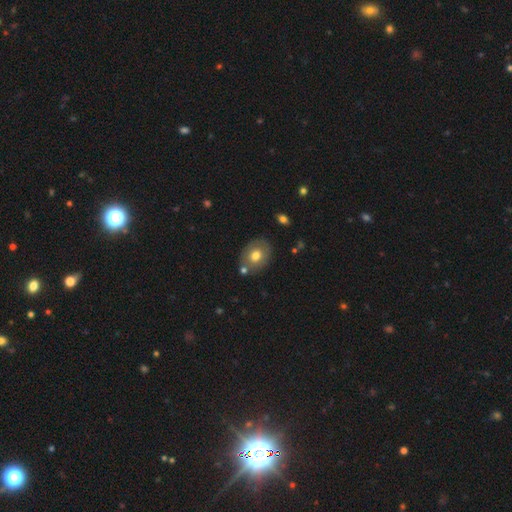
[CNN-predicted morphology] Q: Smooth or featured?
A: smooth (69%); runner-up: featured or disk (23%)
Q: How rounded?
A: in between (62%); runner-up: round (38%)
Q: Merging?
A: none (77%); runner-up: minor disturbance (13%)